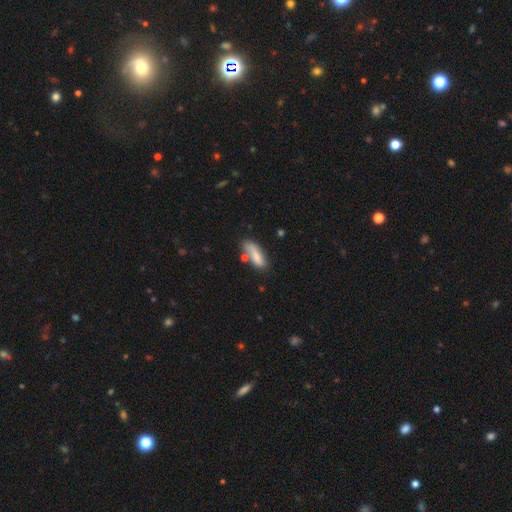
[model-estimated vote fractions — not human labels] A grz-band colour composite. It shows a smooth galaxy with no disk features (78%) that is in between round and cigar-shaped (59%). Merging: none (52%).